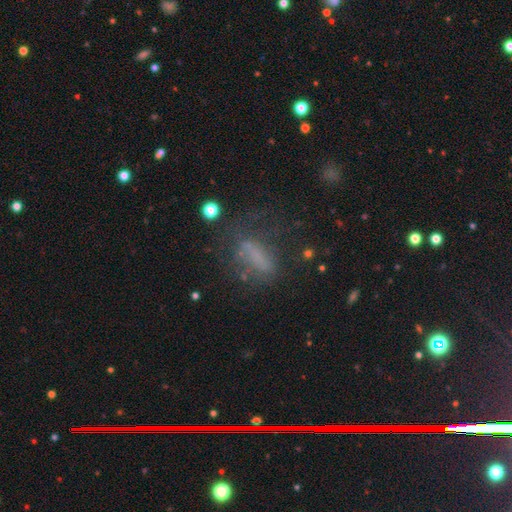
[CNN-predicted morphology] smooth_or_featured: smooth (p=0.48) [alt: featured or disk p=0.30]
merging: none (p=0.41) [alt: major disturbance p=0.31]